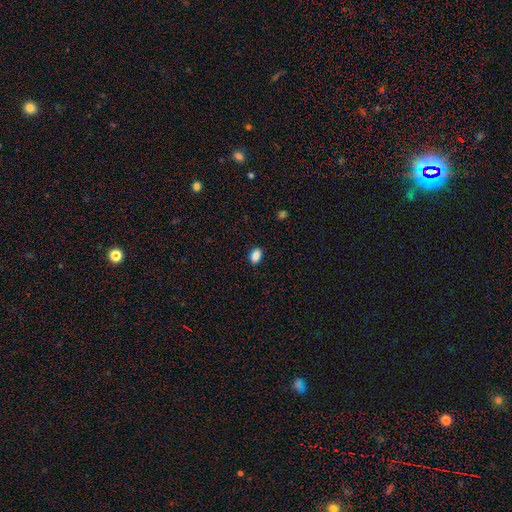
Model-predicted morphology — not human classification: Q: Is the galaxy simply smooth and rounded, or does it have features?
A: smooth — 88%.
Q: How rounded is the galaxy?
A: in between — 86%.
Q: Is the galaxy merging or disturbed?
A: none — 89%.